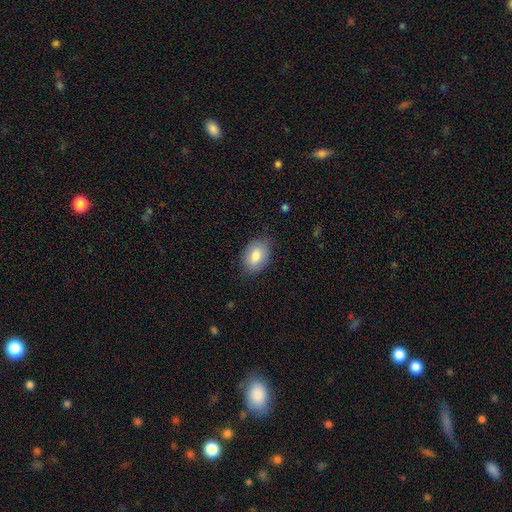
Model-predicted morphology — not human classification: smooth_or_featured: smooth (p=0.83) [alt: featured or disk p=0.10]
how_rounded: in between (p=0.85) [alt: round p=0.14]
merging: none (p=0.80) [alt: minor disturbance p=0.16]